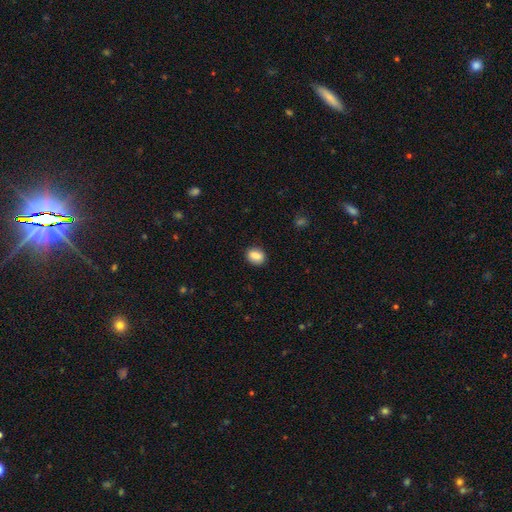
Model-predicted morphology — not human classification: This is clearly a smooth galaxy (86%). How rounded: likely in between (66%). Merging: clearly none (87%).